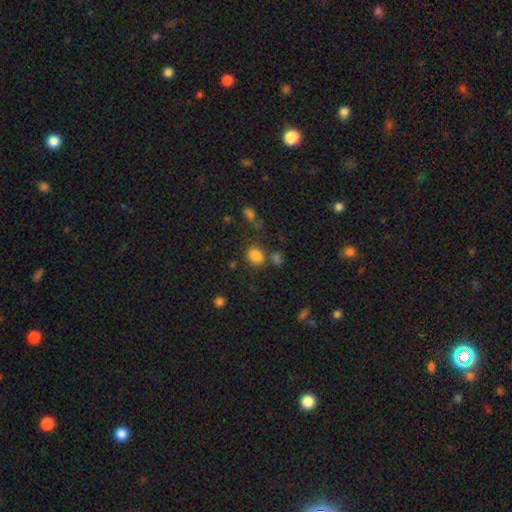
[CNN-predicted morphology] smooth 82%, star or artifact 13%, featured or disk 5%. Down the decision tree: how rounded — round (62%); merging — none (72%).